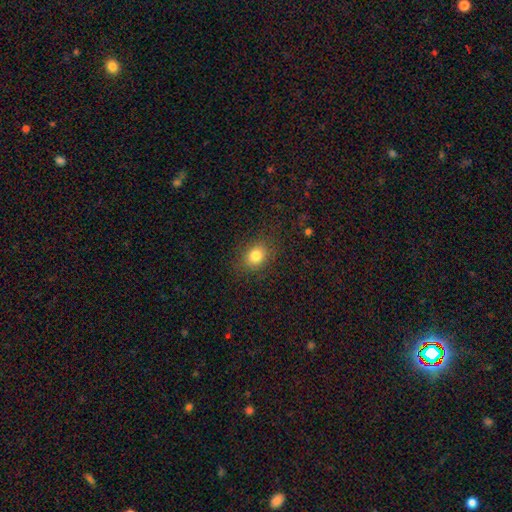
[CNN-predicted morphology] Overall: smooth (81%). How rounded: round (52%; in between 47%). Merging: none (84%).